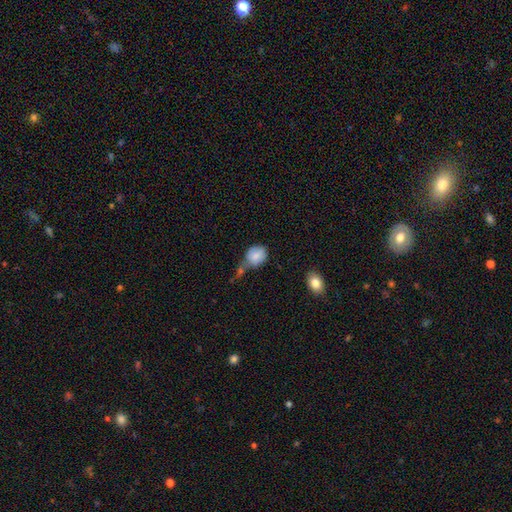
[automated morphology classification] A smooth galaxy with no disk features (83%) that is round (61%).

Vote fractions:
- Smooth or featured? smooth: 83% / featured or disk: 10% / star or artifact: 8%
- How rounded? round: 61% / in between: 38% / cigar-shaped: 1%
- Merging? none: 42% / minor disturbance: 24% / merger: 24% / major disturbance: 10%